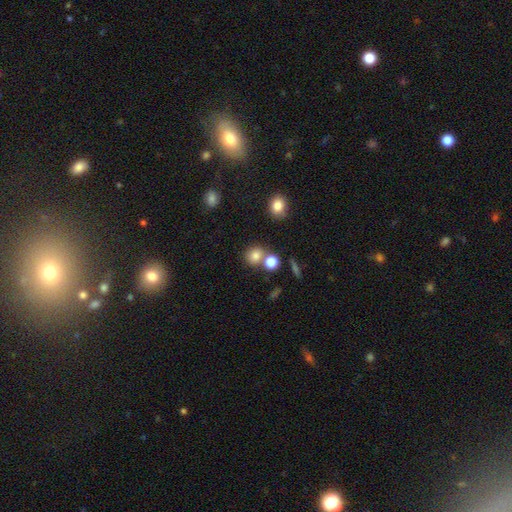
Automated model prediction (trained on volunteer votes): smooth-or-featured: smooth: 80% | star or artifact: 13% | featured or disk: 7%
  how-rounded: round: 80% | in between: 19% | cigar-shaped: 1%
  merging: none: 62% | merger: 25% | minor disturbance: 9% | major disturbance: 4%